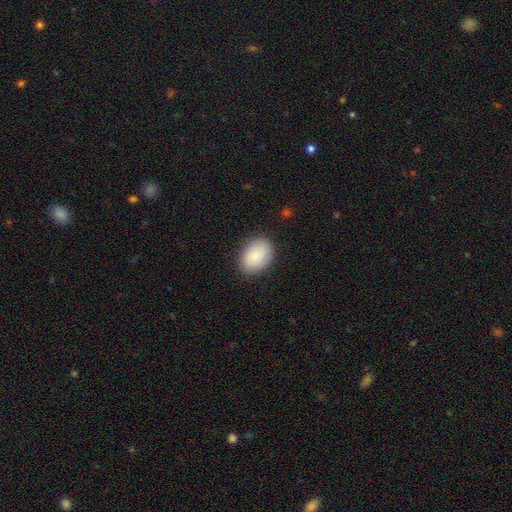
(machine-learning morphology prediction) A smooth galaxy with no disk features (82%) that is in between round and cigar-shaped (72%). Merging: none (84%).